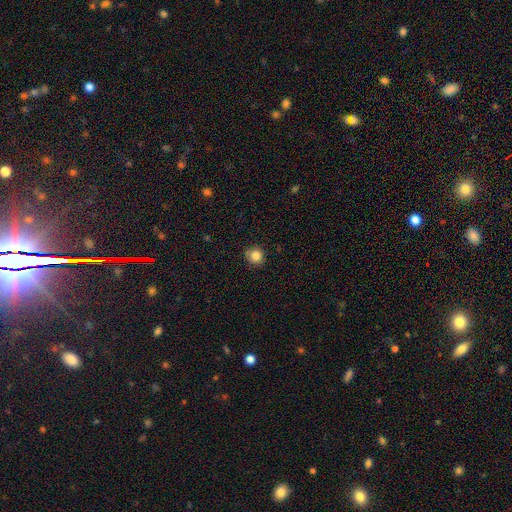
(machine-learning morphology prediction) This is clearly a smooth galaxy (84%). How rounded: clearly round (90%). Merging: clearly none (83%).